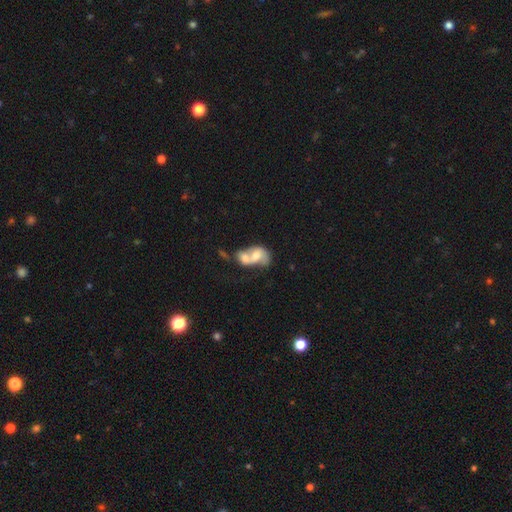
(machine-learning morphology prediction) This is possibly a smooth galaxy (47%). Merging: likely merger (78%).